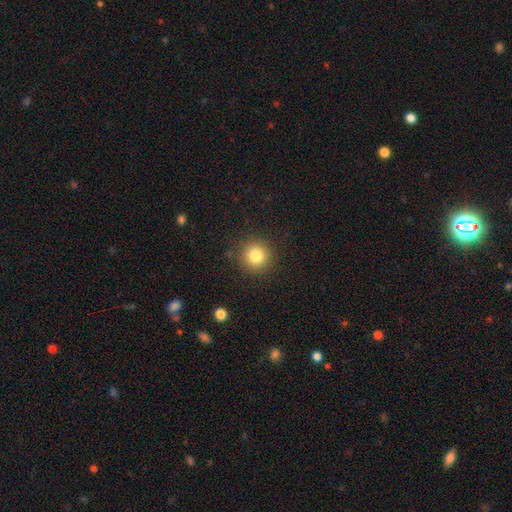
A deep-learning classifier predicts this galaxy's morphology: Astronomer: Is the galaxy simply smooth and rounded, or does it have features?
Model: smooth — 82%.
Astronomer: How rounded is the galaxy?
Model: round — 94%.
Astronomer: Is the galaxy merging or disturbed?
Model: none — 90%.